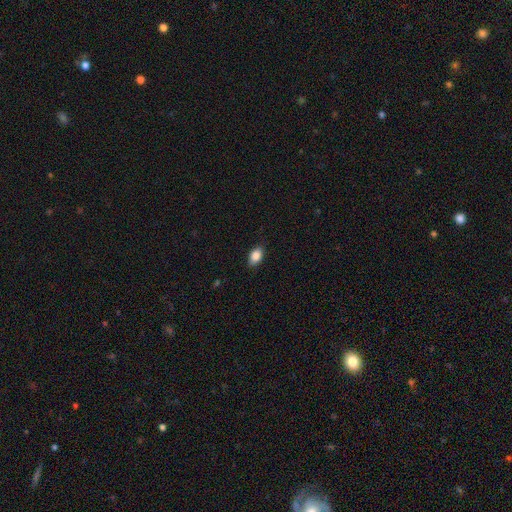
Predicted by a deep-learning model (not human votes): Smooth or featured? smooth (86%)
How rounded? in between (89%)
Merging? none (86%)